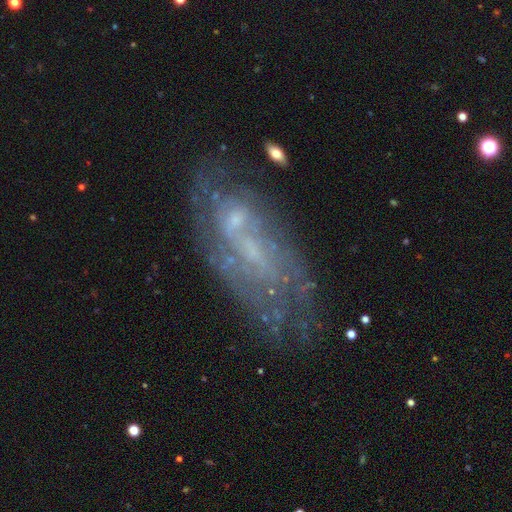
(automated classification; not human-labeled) Smooth or featured? Predicted: featured or disk (p=0.71). Edge-on disk? Predicted: no (p=0.92). Bar? Predicted: no (p=0.58). Spiral arms? Predicted: yes (p=0.63). Bulge size? Predicted: small (p=0.46). Merging? Predicted: none (p=0.52).